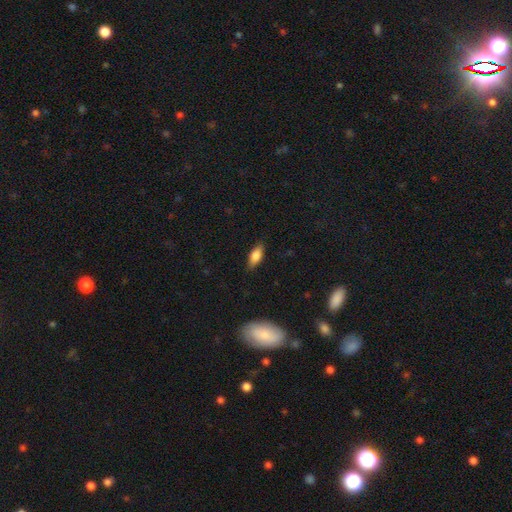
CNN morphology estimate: A smooth galaxy with no disk features (78%) that is in between round and cigar-shaped (80%).

Vote fractions:
- Smooth or featured? smooth: 78% / featured or disk: 15% / star or artifact: 7%
- How rounded? in between: 80% / cigar-shaped: 16% / round: 3%
- Merging? none: 82% / minor disturbance: 14% / major disturbance: 3% / merger: 1%